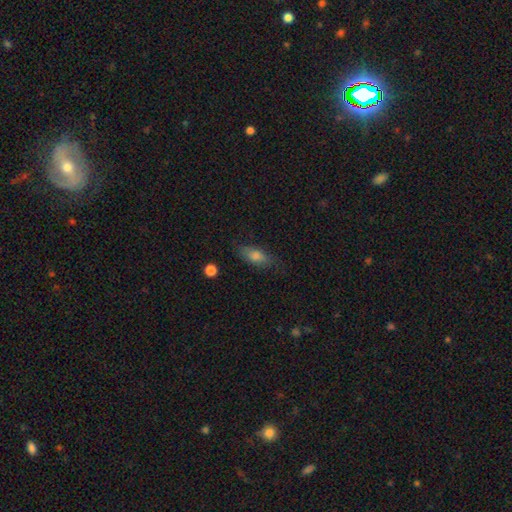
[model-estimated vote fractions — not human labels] smooth 71%, featured or disk 19%, star or artifact 10%. Down the decision tree: how rounded — in between (67%); merging — none (79%).